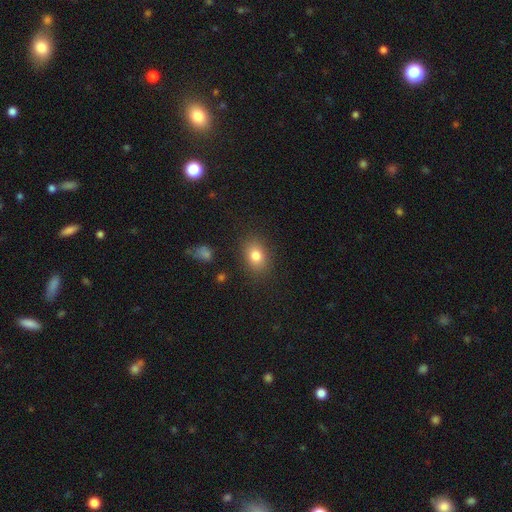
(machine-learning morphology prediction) This appears to be a smooth galaxy with no disk features (81%) that is in between round and cigar-shaped (66%). Merging: none (84%).